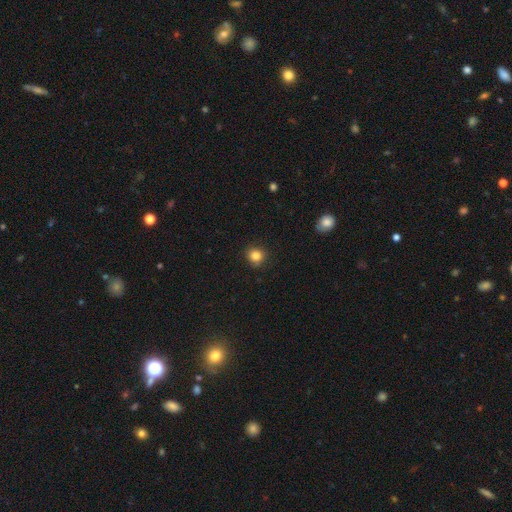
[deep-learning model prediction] Smooth or featured?
  - smooth: 83% *
  - star or artifact: 12%
  - featured or disk: 5%
How rounded?
  - round: 88% *
  - in between: 12%
  - cigar-shaped: 1%
Merging?
  - none: 88% *
  - minor disturbance: 9%
  - major disturbance: 2%
  - merger: 1%